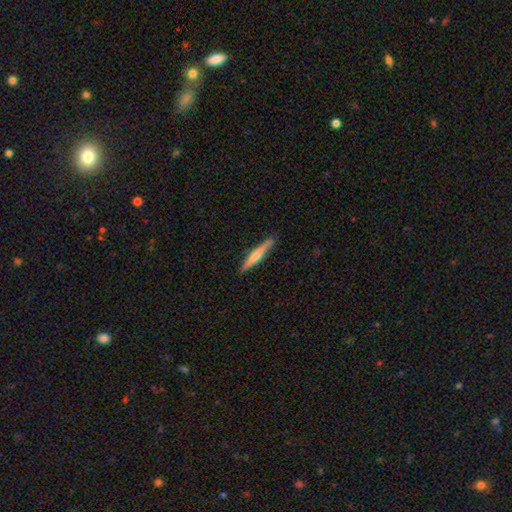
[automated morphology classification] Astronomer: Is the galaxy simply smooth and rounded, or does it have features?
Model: smooth — 57% (runner-up: featured or disk, 38%).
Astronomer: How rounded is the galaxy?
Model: cigar-shaped — 94%.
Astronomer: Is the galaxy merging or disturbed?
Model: none — 87%.